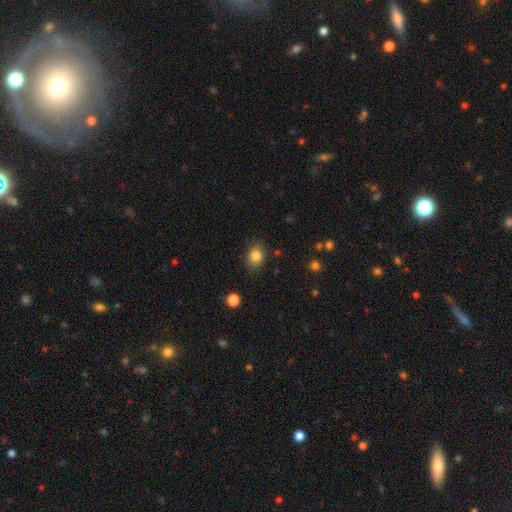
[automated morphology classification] Smooth or featured? smooth (84%)
How rounded? in between (54%)
Merging? none (83%)